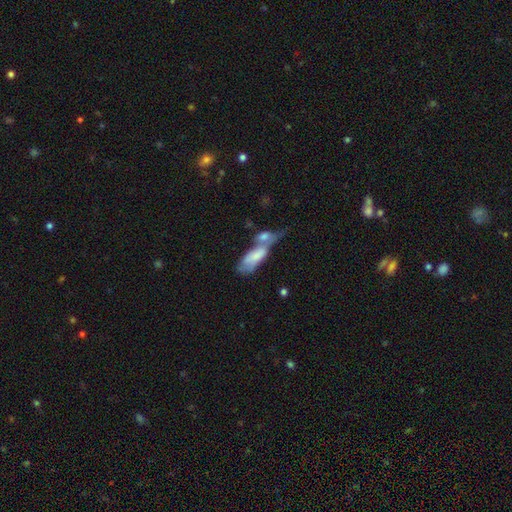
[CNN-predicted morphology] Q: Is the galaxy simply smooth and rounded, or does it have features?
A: smooth — 66%.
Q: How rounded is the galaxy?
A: in between — 73%.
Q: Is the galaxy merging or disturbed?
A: merger — 66%.